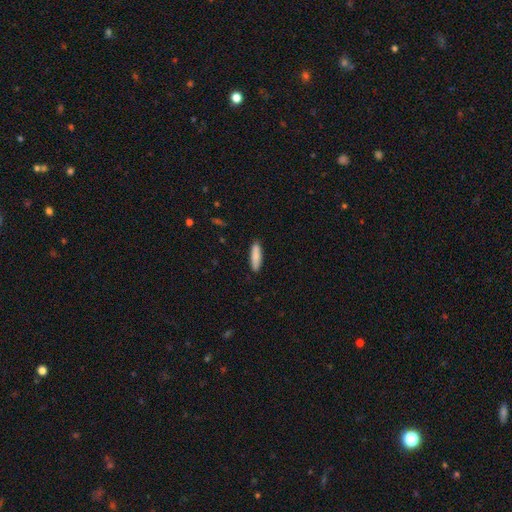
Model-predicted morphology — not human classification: A smooth galaxy with no disk features (86%) that is cigar-shaped (69%).

Vote fractions:
- Smooth or featured? smooth: 86% / featured or disk: 8% / star or artifact: 6%
- How rounded? cigar-shaped: 69% / in between: 30% / round: 1%
- Merging? none: 88% / minor disturbance: 9% / major disturbance: 2% / merger: 1%